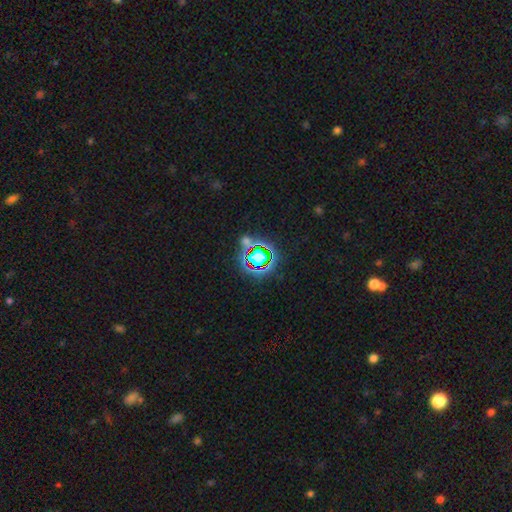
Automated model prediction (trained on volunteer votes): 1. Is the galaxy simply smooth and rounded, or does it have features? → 76% star or artifact, 15% smooth, 9% featured or disk.